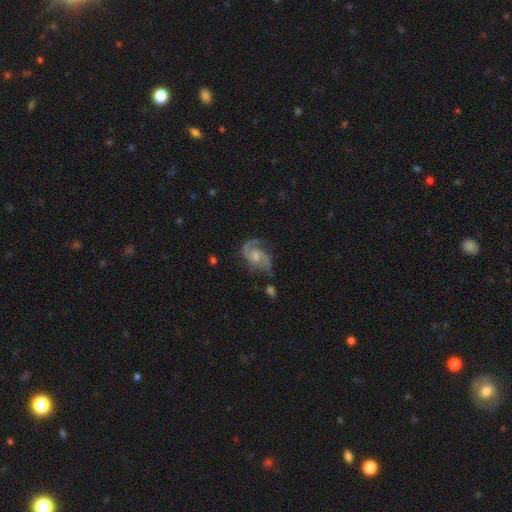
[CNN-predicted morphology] Overall: featured or disk (84%). Edge-on disk: no (98%). Bar: no (58%; weak 37%). Spiral arms: yes (95%). Spiral arm count: 2 (80%). Spiral winding: medium (51%; loose 30%). Bulge size: moderate (46%; small 34%). Merging: none (59%; minor disturbance 22%).